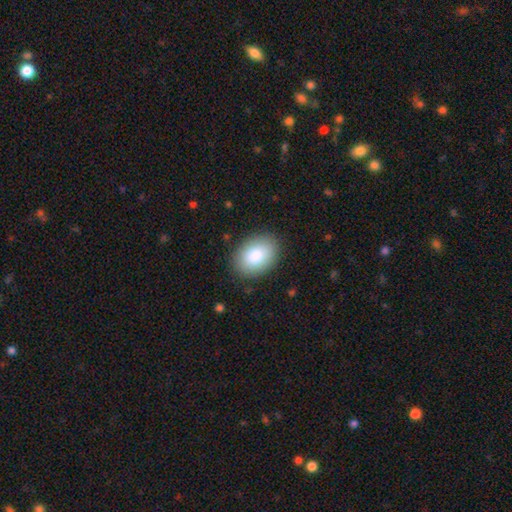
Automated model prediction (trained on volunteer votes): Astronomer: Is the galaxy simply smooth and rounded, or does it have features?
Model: smooth — 86%.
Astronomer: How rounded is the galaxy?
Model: in between — 81%.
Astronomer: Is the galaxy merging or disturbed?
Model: none — 87%.